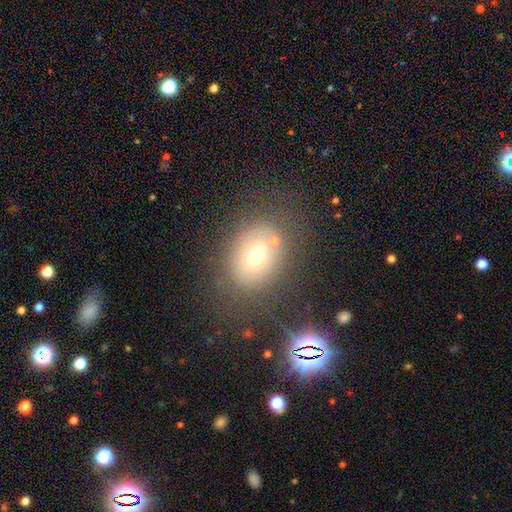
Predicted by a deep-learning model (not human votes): Smooth or featured: smooth — 65% (featured or disk — 19%)
How rounded: in between — 64% (round — 35%)
Merging: none — 71% (minor disturbance — 15%)